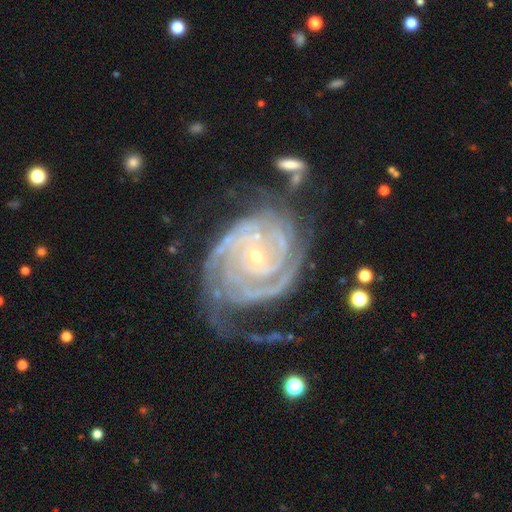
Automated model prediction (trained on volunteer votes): smooth-or-featured: featured or disk: 91% | star or artifact: 5% | smooth: 4%
  disk-edge-on: no: 98% | yes: 2%
    bar: no: 64% | weak: 25% | strong: 11%
    has-spiral-arms: yes: 98% | no: 2%
      spiral-winding: tight: 80% | medium: 17% | loose: 3%
      spiral-arm-count: 2: 25% | 3: 23% | can't tell: 20% | 4: 17% | more than 4: 9% | 1: 7%
    bulge-size: small: 80% | moderate: 16% | none: 1% | large: 1% | dominant: 1%
  merging: none: 50% | minor disturbance: 25% | major disturbance: 19% | merger: 6%